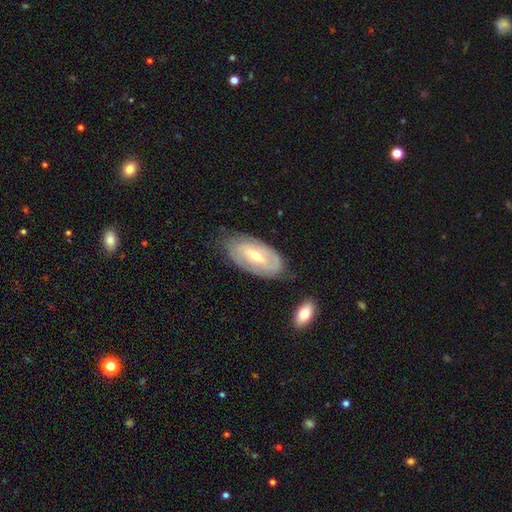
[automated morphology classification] Q: Smooth or featured?
A: featured or disk (69%); runner-up: smooth (25%)
Q: Edge-on disk?
A: no (91%); runner-up: yes (9%)
Q: Bar?
A: weak (48%); runner-up: no (28%)
Q: Spiral arms?
A: yes (76%); runner-up: no (24%)
Q: Bulge size?
A: moderate (52%); runner-up: small (45%)
Q: Merging?
A: none (74%); runner-up: minor disturbance (19%)